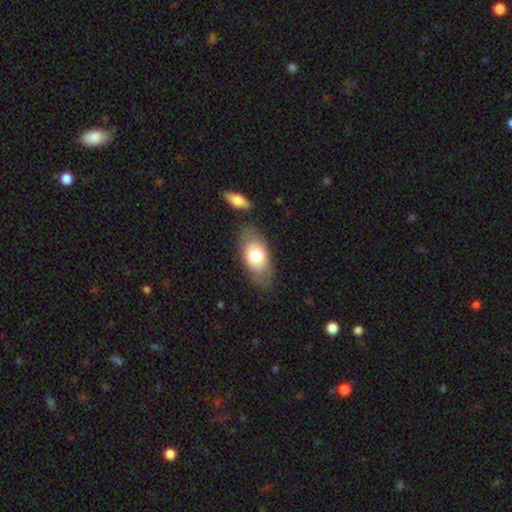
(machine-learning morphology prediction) Q: Smooth or featured?
A: smooth (71%); runner-up: featured or disk (23%)
Q: How rounded?
A: in between (90%); runner-up: round (6%)
Q: Merging?
A: none (69%); runner-up: minor disturbance (19%)